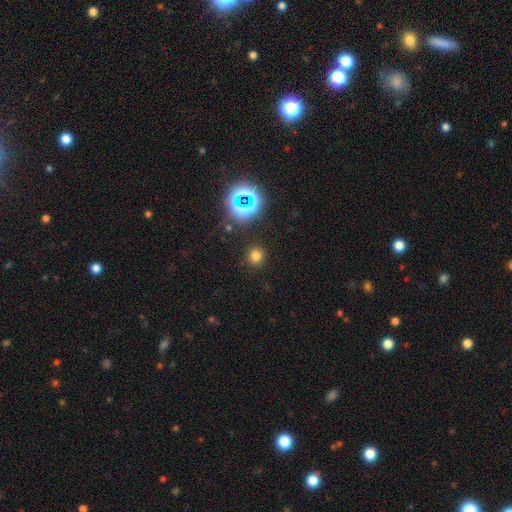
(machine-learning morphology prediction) This appears to be a smooth galaxy with no disk features (70%) that is round (88%). Merging: none (88%).